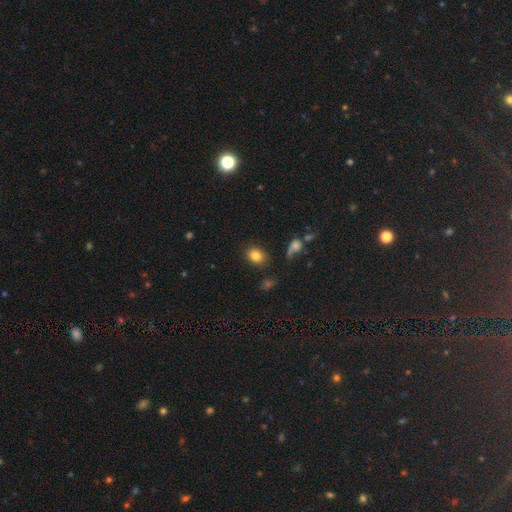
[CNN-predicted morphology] A smooth galaxy with no disk features (82%) that is round (53%).

Vote fractions:
- Smooth or featured? smooth: 82% / star or artifact: 10% / featured or disk: 8%
- How rounded? round: 53% / in between: 46% / cigar-shaped: 1%
- Merging? none: 82% / minor disturbance: 10% / major disturbance: 4% / merger: 4%